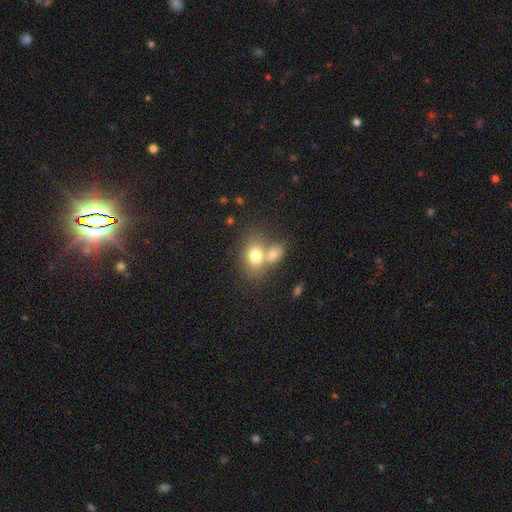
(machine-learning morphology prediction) The model was most divided on "merging": merger: 50%, none: 37%, minor disturbance: 9%, major disturbance: 4%. More confident: smooth or featured — smooth (75%); how rounded — in between (66%).